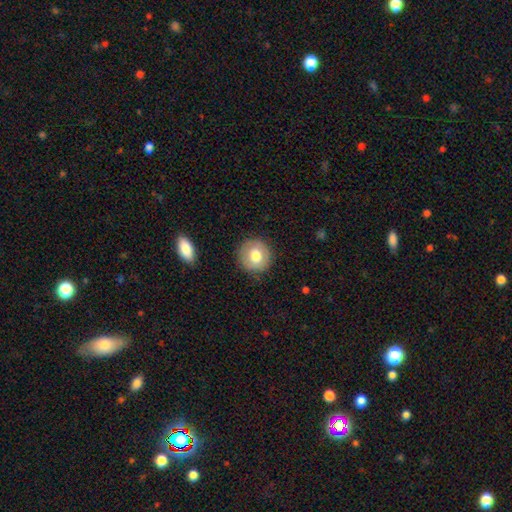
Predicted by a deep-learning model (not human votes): Smooth or featured? Predicted: smooth (p=0.74). How rounded? Predicted: round (p=0.91). Merging? Predicted: none (p=0.88).